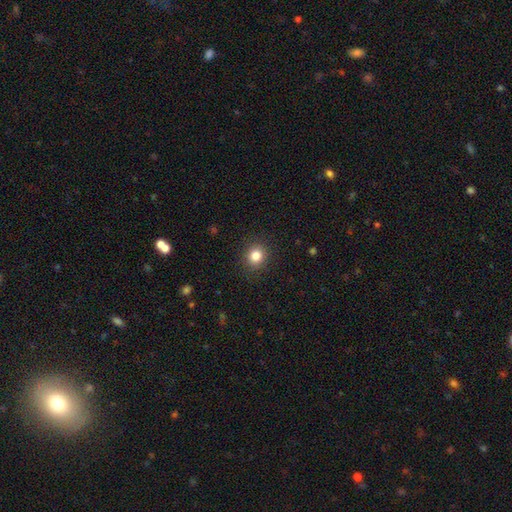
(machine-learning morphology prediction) A smooth galaxy with no disk features (83%) that is round (85%).

Vote fractions:
- Smooth or featured? smooth: 83% / star or artifact: 12% / featured or disk: 5%
- How rounded? round: 85% / in between: 14% / cigar-shaped: 1%
- Merging? none: 90% / minor disturbance: 6% / major disturbance: 2% / merger: 1%